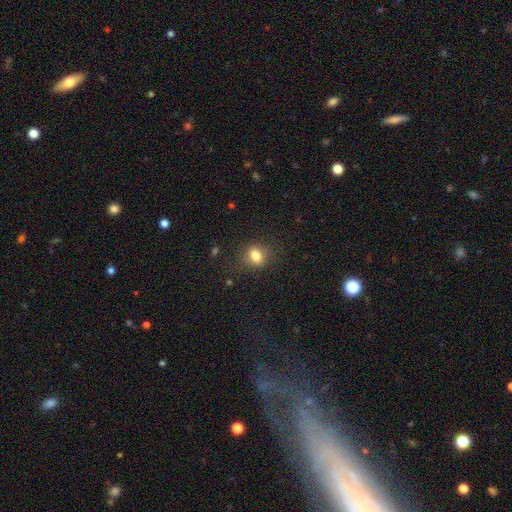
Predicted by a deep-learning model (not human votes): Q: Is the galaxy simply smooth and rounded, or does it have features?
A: smooth — 80%.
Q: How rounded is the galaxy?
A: in between — 49%, tied with round.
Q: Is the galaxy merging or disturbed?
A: none — 82%.